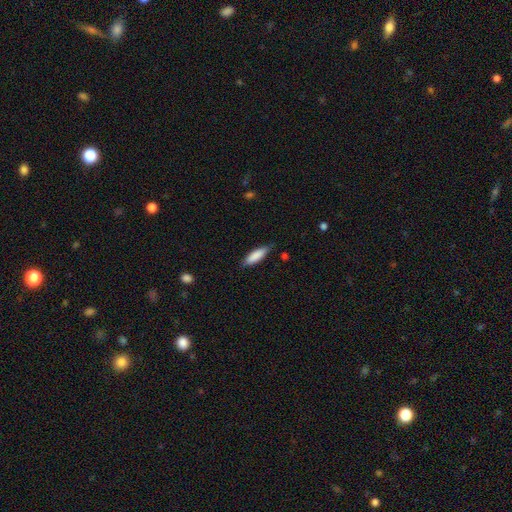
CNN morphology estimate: Smooth or featured?
  - smooth: 86% *
  - featured or disk: 8%
  - star or artifact: 6%
How rounded?
  - cigar-shaped: 55% *
  - in between: 44%
  - round: 1%
Merging?
  - none: 77% *
  - minor disturbance: 18%
  - major disturbance: 3%
  - merger: 1%